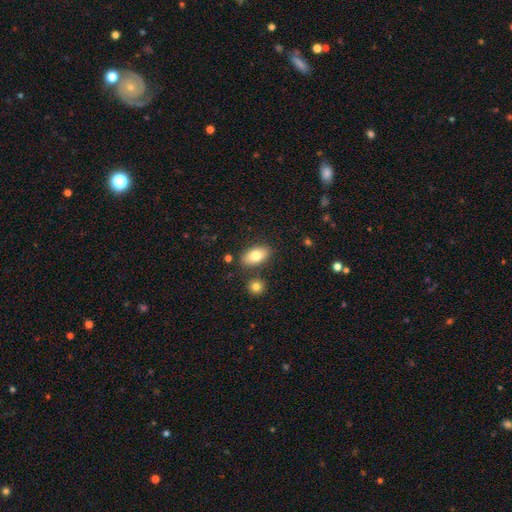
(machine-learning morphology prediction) Smooth or featured? Predicted: smooth (p=0.78). How rounded? Predicted: in between (p=0.91). Merging? Predicted: none (p=0.80).